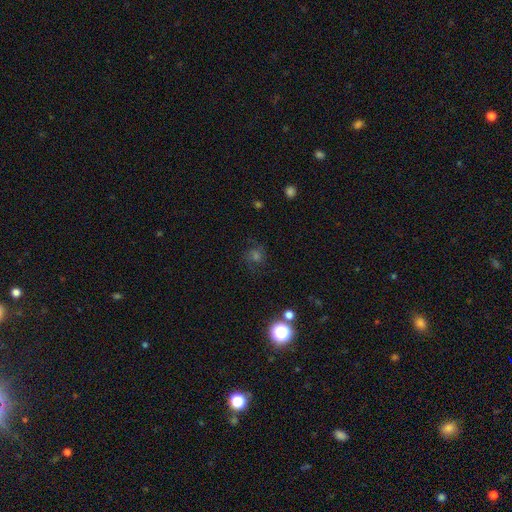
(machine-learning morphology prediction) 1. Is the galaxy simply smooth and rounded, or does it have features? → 39% smooth, 35% star or artifact, 25% featured or disk.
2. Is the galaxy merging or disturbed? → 77% none, 14% minor disturbance, 7% major disturbance, 2% merger.